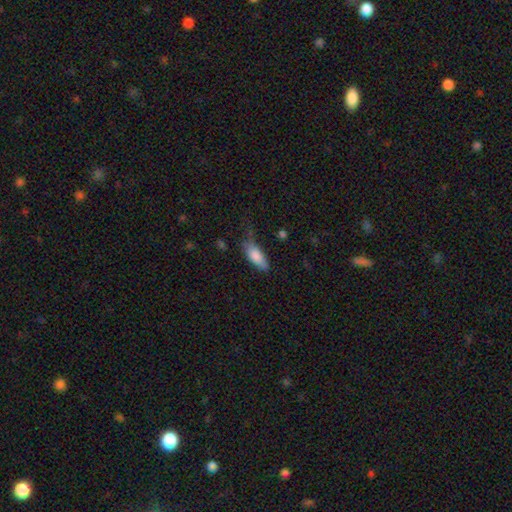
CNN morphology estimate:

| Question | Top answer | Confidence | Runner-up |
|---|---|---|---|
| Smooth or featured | smooth | 83% | featured or disk (11%) |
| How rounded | in between | 80% | cigar-shaped (18%) |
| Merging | none | 51% | minor disturbance (34%) |